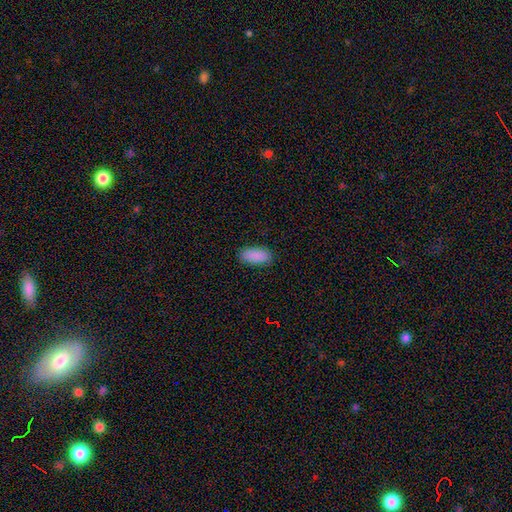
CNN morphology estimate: smooth_or_featured: smooth (p=0.90) [alt: star or artifact p=0.07]
how_rounded: in between (p=0.91) [alt: cigar-shaped p=0.07]
merging: none (p=0.86) [alt: minor disturbance p=0.10]